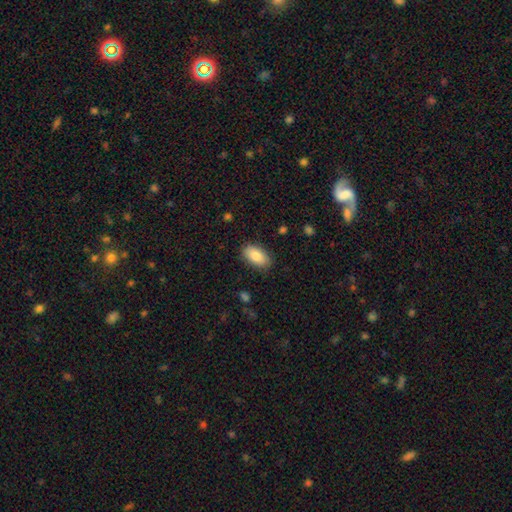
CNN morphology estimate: Smooth or featured: smooth — 86% (featured or disk — 7%)
How rounded: in between — 93% (round — 4%)
Merging: none — 85% (minor disturbance — 11%)